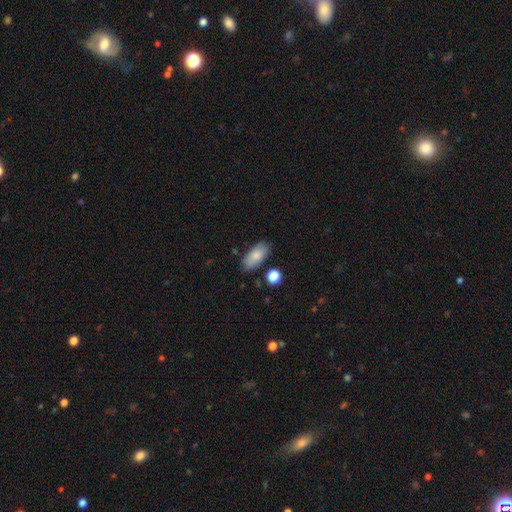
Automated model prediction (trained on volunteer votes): A smooth galaxy with no disk features (82%) that is in between round and cigar-shaped (91%).

Vote fractions:
- Smooth or featured? smooth: 82% / featured or disk: 11% / star or artifact: 7%
- How rounded? in between: 91% / cigar-shaped: 6% / round: 3%
- Merging? none: 77% / minor disturbance: 16% / merger: 4% / major disturbance: 3%